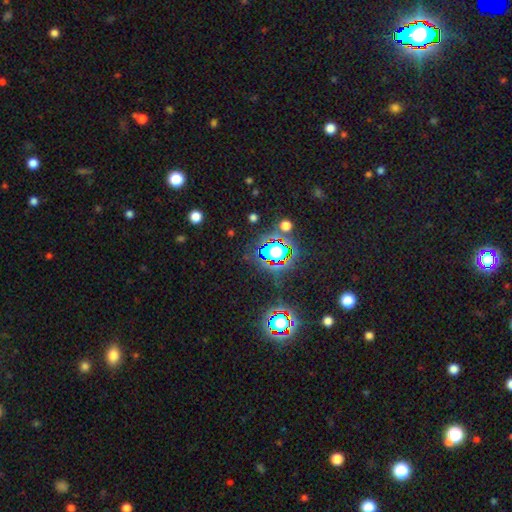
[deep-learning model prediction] Morphology: type=star or artifact (80%).